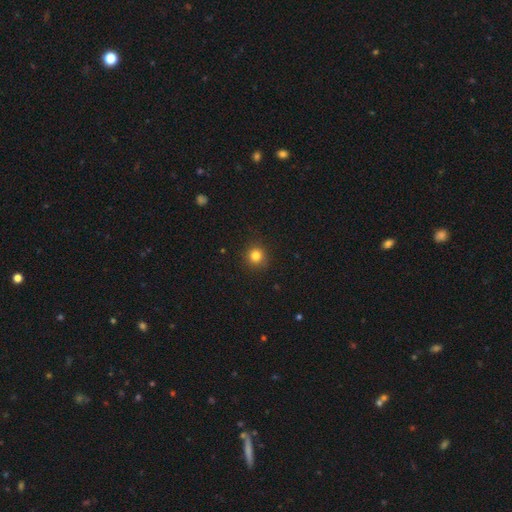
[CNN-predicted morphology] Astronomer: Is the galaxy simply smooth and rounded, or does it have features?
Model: smooth — 83%.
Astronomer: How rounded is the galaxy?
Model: round — 93%.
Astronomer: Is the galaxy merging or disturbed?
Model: none — 91%.